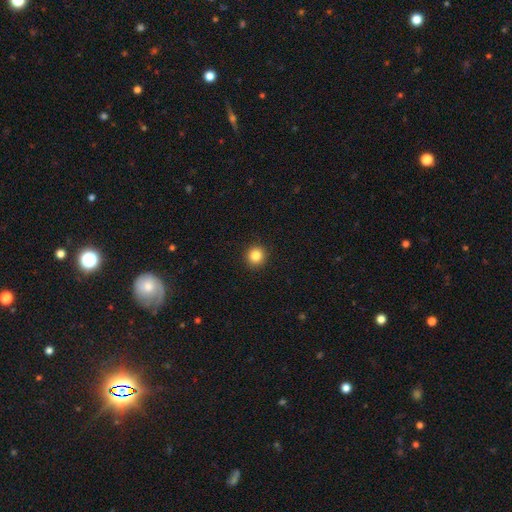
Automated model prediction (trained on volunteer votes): smooth_or_featured: smooth (p=0.85) [alt: star or artifact p=0.11]
how_rounded: round (p=0.93) [alt: in between p=0.06]
merging: none (p=0.93) [alt: minor disturbance p=0.05]